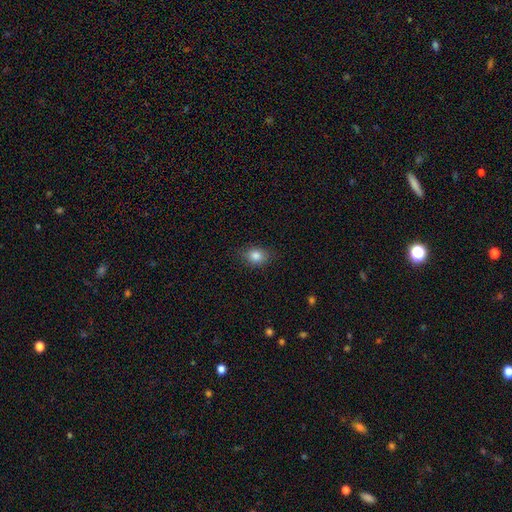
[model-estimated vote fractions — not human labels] Smooth or featured? Predicted: smooth (p=0.85). How rounded? Predicted: in between (p=0.59). Merging? Predicted: none (p=0.83).